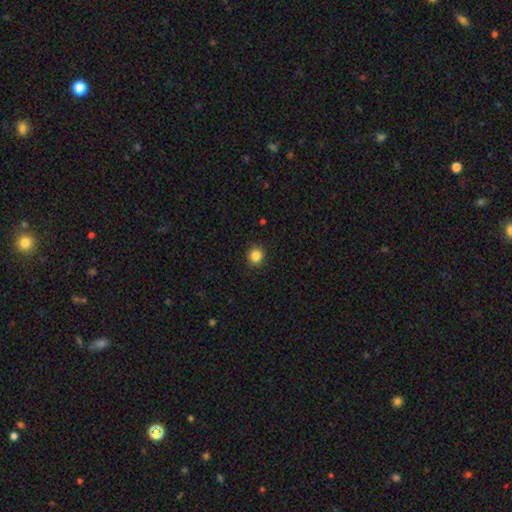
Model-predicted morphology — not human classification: This is clearly a smooth galaxy (85%). How rounded: clearly round (88%). Merging: clearly none (91%).